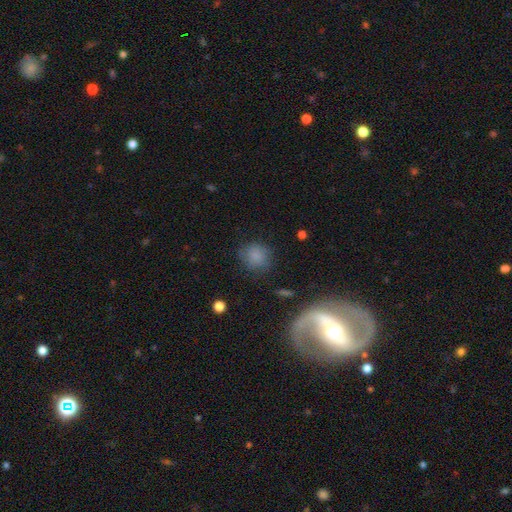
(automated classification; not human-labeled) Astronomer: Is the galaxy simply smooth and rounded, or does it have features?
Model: smooth — 82%.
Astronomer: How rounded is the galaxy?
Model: round — 83%.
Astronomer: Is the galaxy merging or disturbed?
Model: none — 76%.